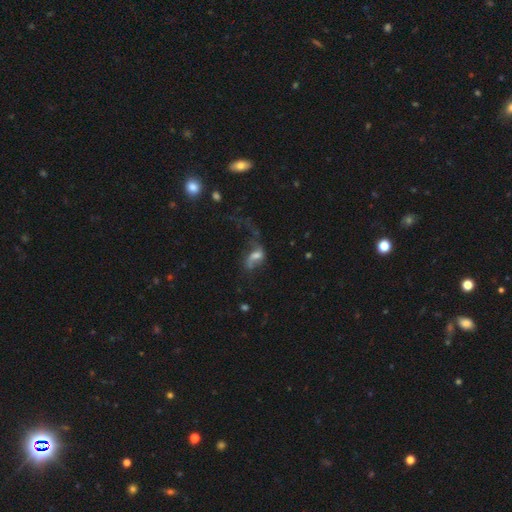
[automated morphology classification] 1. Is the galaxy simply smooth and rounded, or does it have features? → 57% featured or disk, 30% smooth, 13% star or artifact.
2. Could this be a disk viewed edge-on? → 94% no, 6% yes.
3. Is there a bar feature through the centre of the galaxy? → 54% no, 34% weak, 12% strong.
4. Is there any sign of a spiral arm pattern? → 65% yes, 35% no.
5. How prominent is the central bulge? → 40% moderate, 28% small, 17% none, 13% large, 3% dominant.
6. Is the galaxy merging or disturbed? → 53% major disturbance, 21% none, 14% minor disturbance, 12% merger.